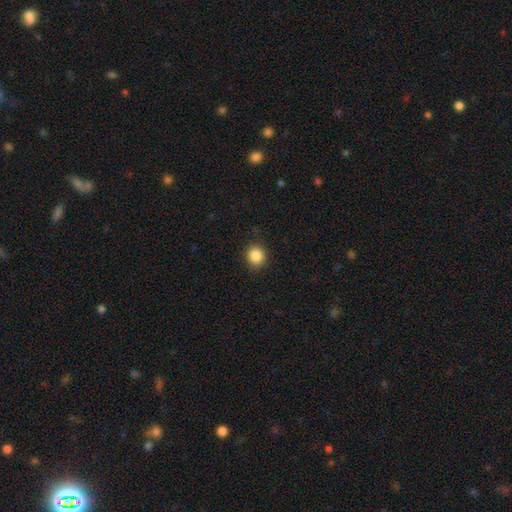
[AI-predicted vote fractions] Overall: smooth (86%). How rounded: round (80%). Merging: none (88%).